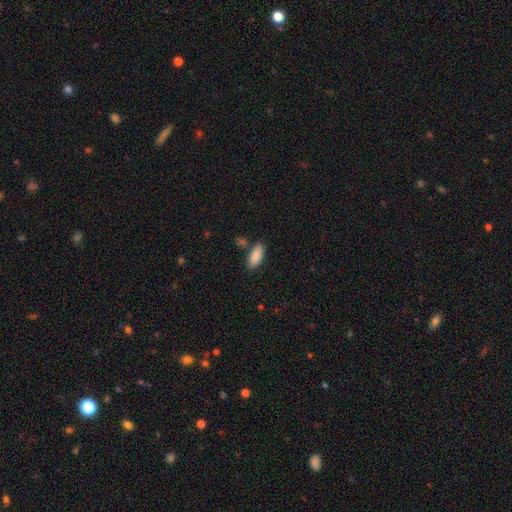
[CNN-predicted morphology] Smooth or featured?
  - smooth: 89% *
  - star or artifact: 6%
  - featured or disk: 5%
How rounded?
  - in between: 86% *
  - cigar-shaped: 12%
  - round: 2%
Merging?
  - none: 77% *
  - minor disturbance: 12%
  - merger: 8%
  - major disturbance: 3%